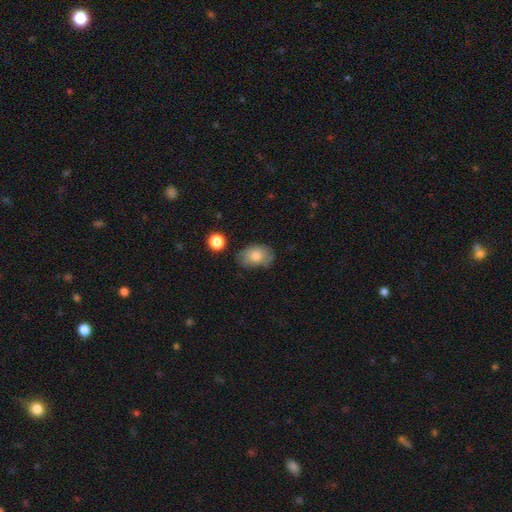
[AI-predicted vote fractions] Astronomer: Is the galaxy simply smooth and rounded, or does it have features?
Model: smooth — 77%.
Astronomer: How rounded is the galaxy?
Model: in between — 79%.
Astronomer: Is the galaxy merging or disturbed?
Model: none — 60%.